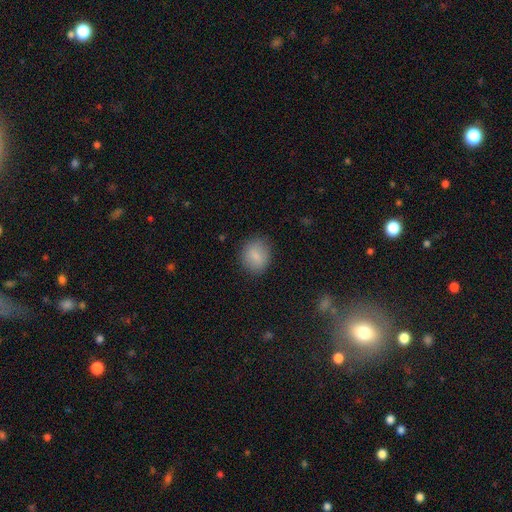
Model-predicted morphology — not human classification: smooth 83%, featured or disk 9%, star or artifact 8%. Down the decision tree: how rounded — round (63%); merging — none (83%).